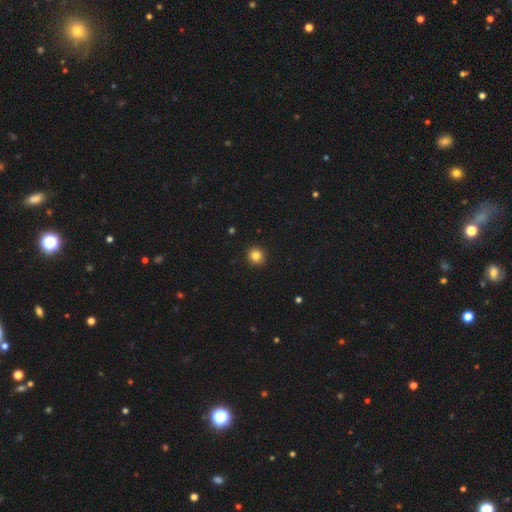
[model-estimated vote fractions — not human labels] smooth_or_featured: smooth (p=0.84) [alt: star or artifact p=0.11]
how_rounded: round (p=0.93) [alt: in between p=0.06]
merging: none (p=0.93) [alt: minor disturbance p=0.05]